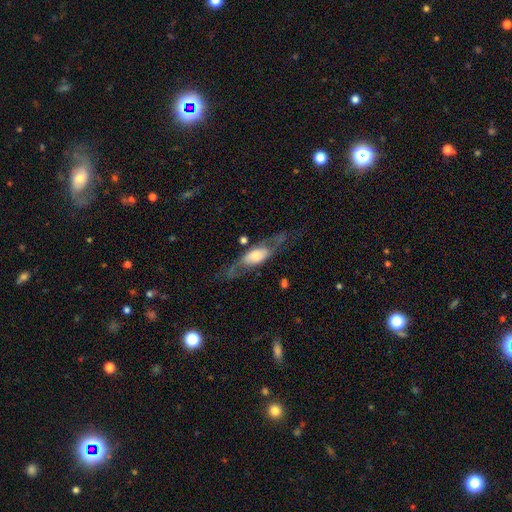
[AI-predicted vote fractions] The model was most divided on "edge-on disk": no: 64%, yes: 36%. More confident: smooth or featured — featured or disk (63%); merging — none (63%).